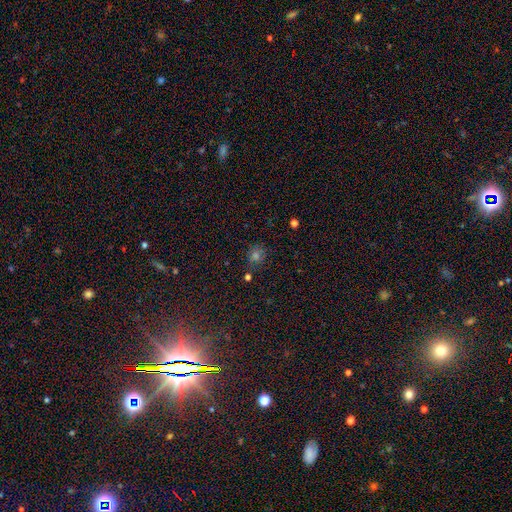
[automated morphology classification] Q: Smooth or featured?
A: smooth (59%); runner-up: star or artifact (31%)
Q: How rounded?
A: round (82%); runner-up: in between (17%)
Q: Merging?
A: none (79%); runner-up: minor disturbance (12%)